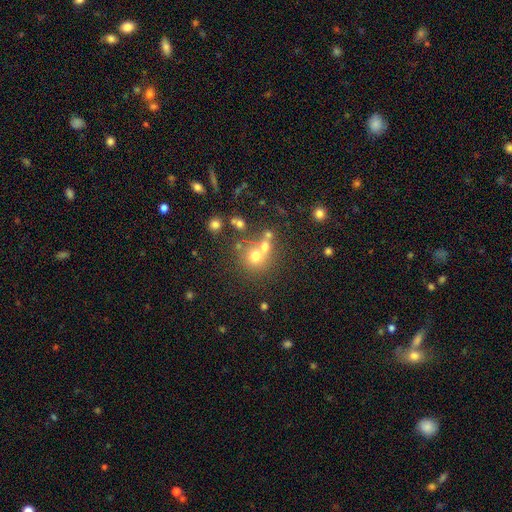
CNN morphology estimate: Smooth or featured? smooth (65%)
How rounded? round (85%)
Merging? none (47%)